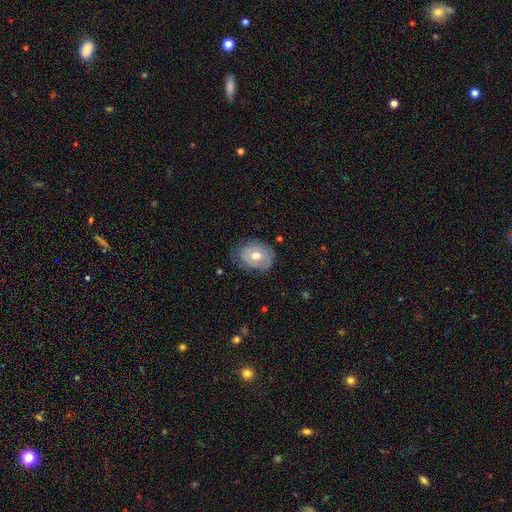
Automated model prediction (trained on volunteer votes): Smooth or featured?
  - smooth: 54% *
  - featured or disk: 39%
  - star or artifact: 7%
How rounded?
  - in between: 53% *
  - round: 46%
  - cigar-shaped: 1%
Merging?
  - none: 70% *
  - minor disturbance: 23%
  - major disturbance: 6%
  - merger: 1%